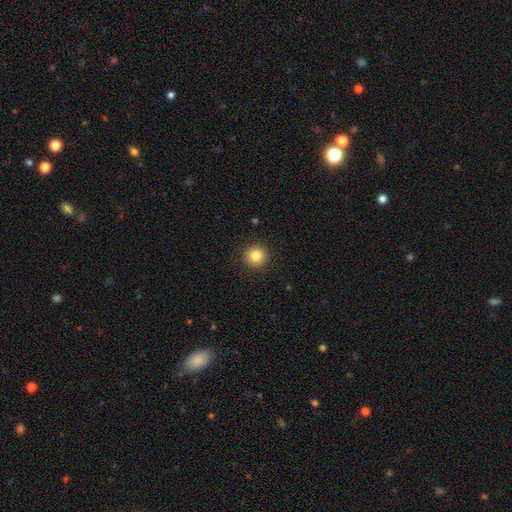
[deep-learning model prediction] This is clearly a smooth galaxy (83%). How rounded: clearly round (95%). Merging: clearly none (92%).